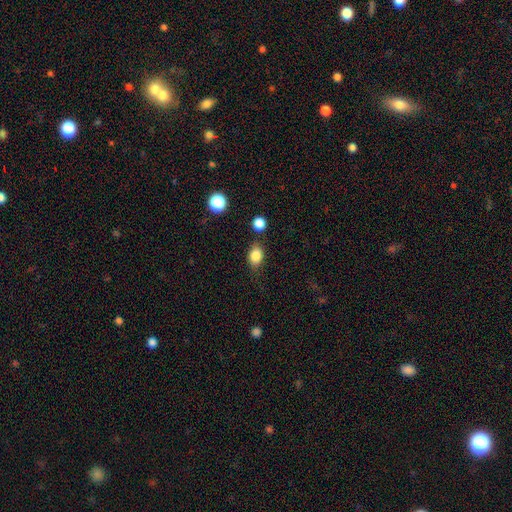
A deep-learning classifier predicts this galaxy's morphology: This appears to be a smooth galaxy with no disk features (84%) that is in between round and cigar-shaped (66%). Merging: none (71%).